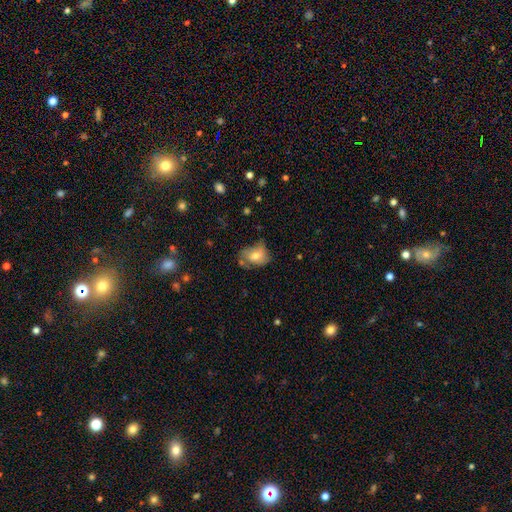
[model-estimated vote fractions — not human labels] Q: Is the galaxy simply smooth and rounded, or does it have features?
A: smooth — 63%.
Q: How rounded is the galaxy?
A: in between — 72%.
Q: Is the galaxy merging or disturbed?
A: none — 44%.